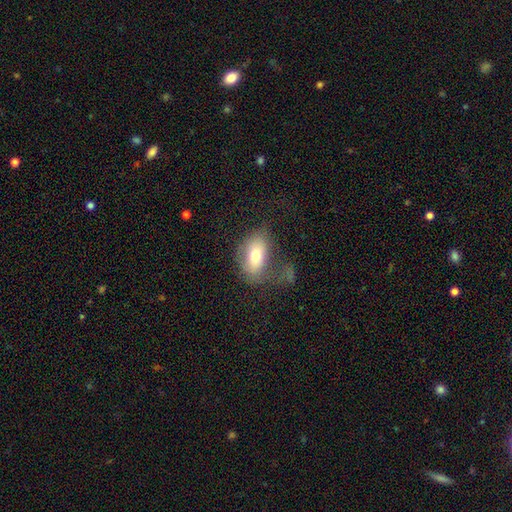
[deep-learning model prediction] This appears to be a smooth galaxy with no disk features (74%) that is in between round and cigar-shaped (89%). Merging: none (41%).